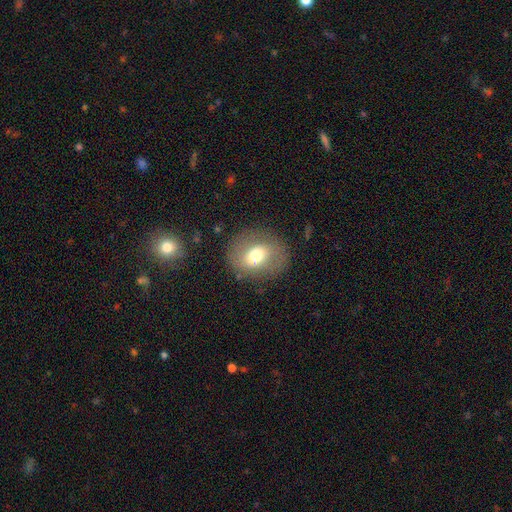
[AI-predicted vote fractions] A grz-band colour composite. It shows a smooth galaxy with no disk features (58%) that is round (55%). Merging: none (79%).